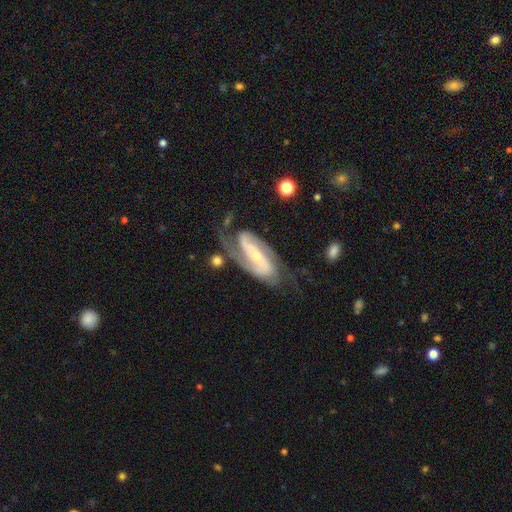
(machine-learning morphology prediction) featured or disk 89%, smooth 6%, star or artifact 5%. Down the decision tree: edge-on disk — no (94%); bar — strong (50%); spiral arms — yes (97%); spiral arm count — 2 (87%); spiral winding — medium (45%); bulge size — small (73%); merging — none (65%).